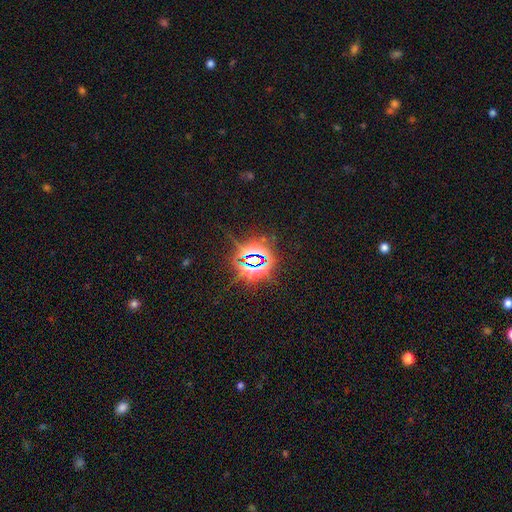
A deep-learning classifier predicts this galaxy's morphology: Smooth or featured?
  - star or artifact: 82% *
  - smooth: 10%
  - featured or disk: 8%